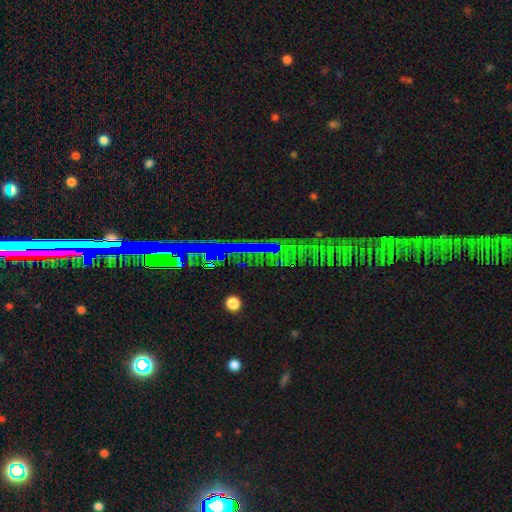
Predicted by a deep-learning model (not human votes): Overall: star or artifact (66%).